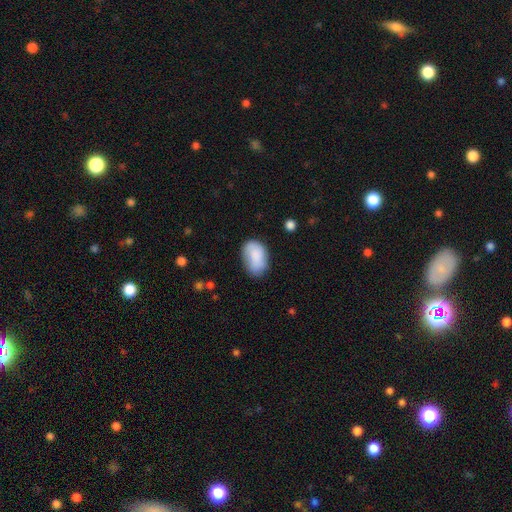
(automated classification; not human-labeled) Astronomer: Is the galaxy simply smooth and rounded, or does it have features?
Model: smooth — 85%.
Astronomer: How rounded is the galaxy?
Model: in between — 89%.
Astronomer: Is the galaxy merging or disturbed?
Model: none — 66%.